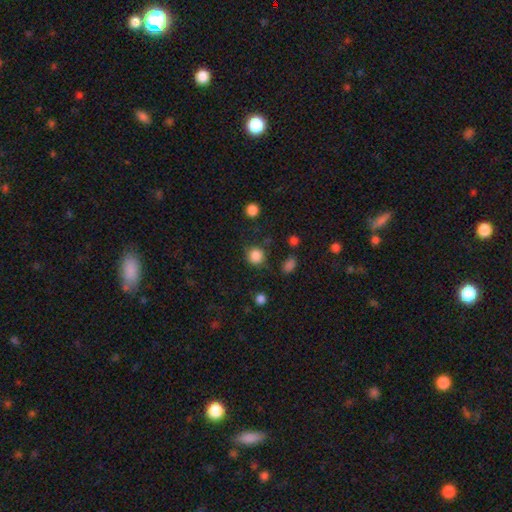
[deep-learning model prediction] Overall: smooth (85%). How rounded: round (90%). Merging: none (78%).